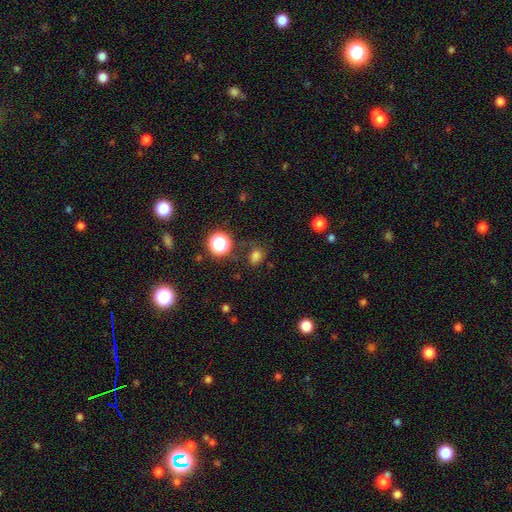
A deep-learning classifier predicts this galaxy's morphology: This appears to be a smooth galaxy with no disk features (75%) that is in between round and cigar-shaped (52%). Merging: none (71%).